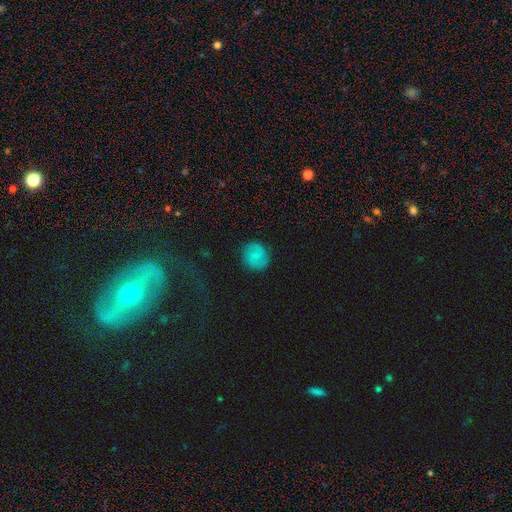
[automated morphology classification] The model was most divided on "smooth or featured": featured or disk: 46%, smooth: 45%, star or artifact: 9%. More confident: merging — none (86%).